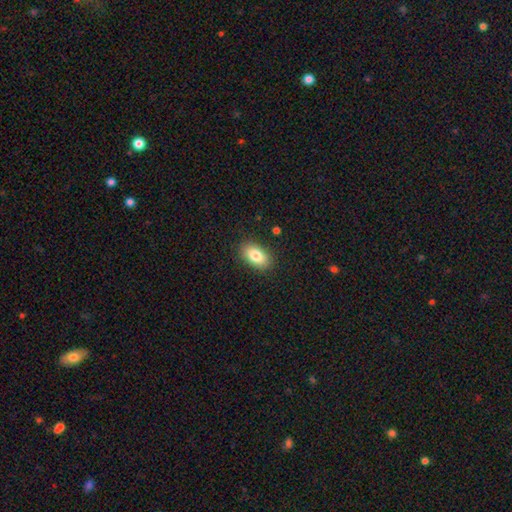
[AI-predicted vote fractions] Morphology: type=smooth (83%); roundness=in between (91%); merging=none (88%).